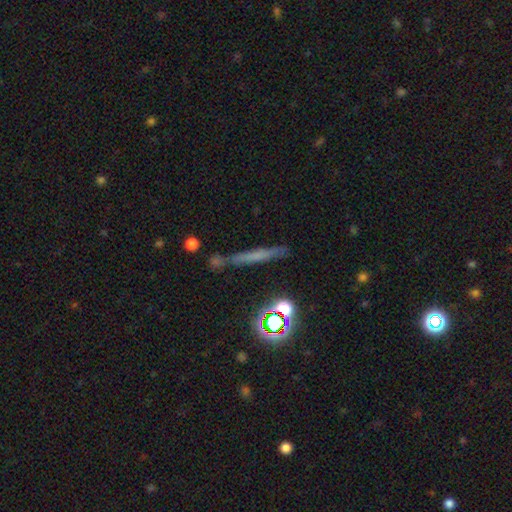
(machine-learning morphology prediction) A smooth galaxy with no disk features (46%). Merging: none (78%).